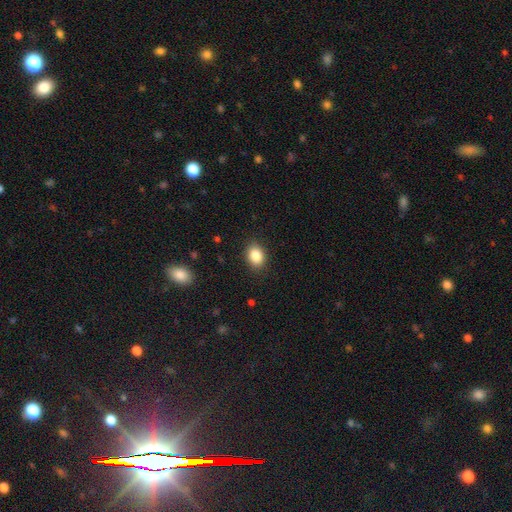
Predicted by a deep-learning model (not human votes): Smooth or featured? smooth (86%)
How rounded? in between (64%)
Merging? none (88%)